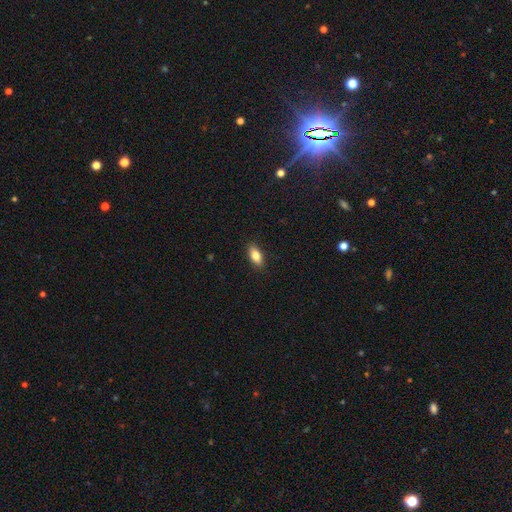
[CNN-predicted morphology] This is clearly a smooth galaxy (82%). How rounded: clearly in between (87%). Merging: clearly none (88%).